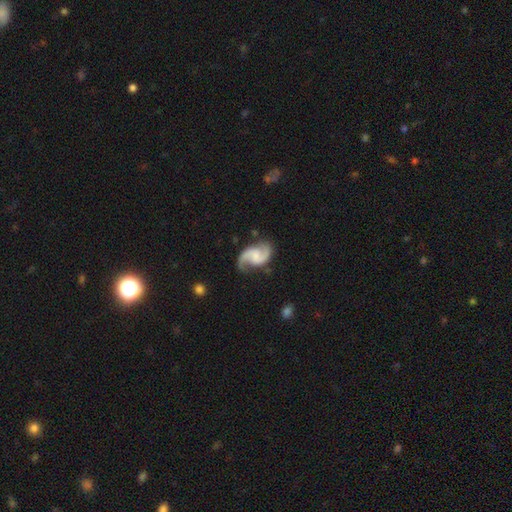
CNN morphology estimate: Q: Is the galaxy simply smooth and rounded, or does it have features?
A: featured or disk — 89%.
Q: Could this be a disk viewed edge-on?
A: no — 98%.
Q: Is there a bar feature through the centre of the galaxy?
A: no — 49%.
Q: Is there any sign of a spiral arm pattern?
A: yes — 98%.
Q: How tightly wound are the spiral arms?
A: medium — 46%.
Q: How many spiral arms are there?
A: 2 — 93%.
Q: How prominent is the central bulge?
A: none — 43%.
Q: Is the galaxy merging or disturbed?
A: none — 75%.